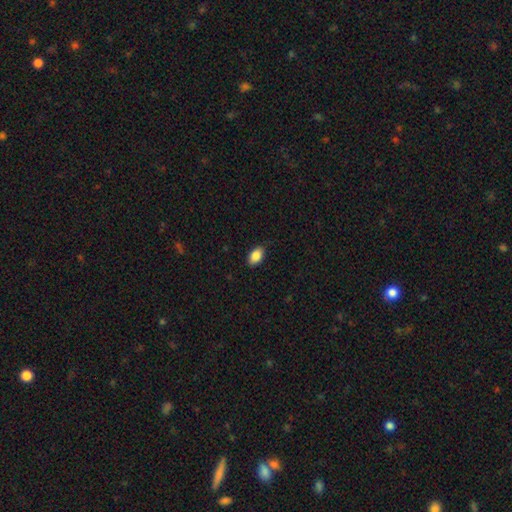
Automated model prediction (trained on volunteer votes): Morphology: type=smooth (88%); roundness=in between (91%); merging=none (84%).